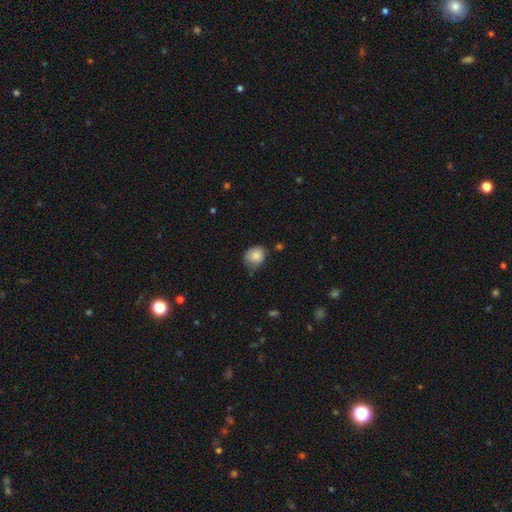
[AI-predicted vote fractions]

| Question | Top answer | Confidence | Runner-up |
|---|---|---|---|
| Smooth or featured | smooth | 84% | star or artifact (8%) |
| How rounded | round | 68% | in between (31%) |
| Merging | none | 58% | minor disturbance (33%) |